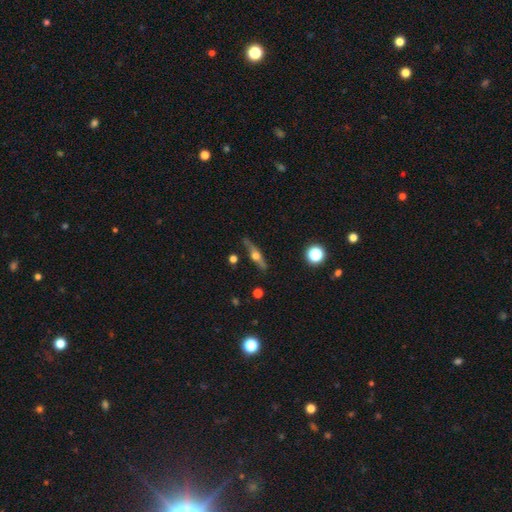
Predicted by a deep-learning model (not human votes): Overall: featured or disk (66%; smooth 27%). Edge-on disk: yes (94%). Edge-on bulge: rounded (95%). Merging: none (82%).